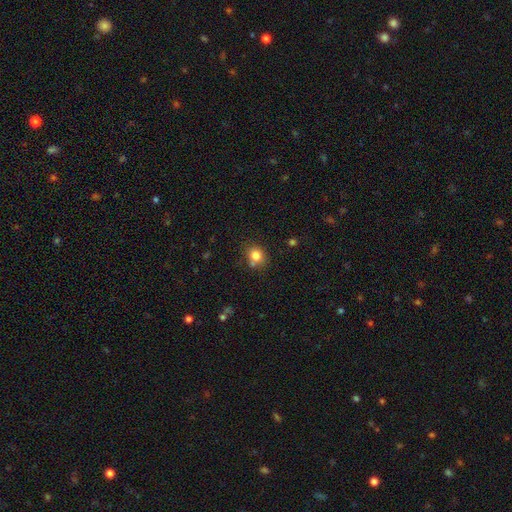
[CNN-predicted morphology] Q: Smooth or featured?
A: smooth (82%); runner-up: star or artifact (11%)
Q: How rounded?
A: round (74%); runner-up: in between (25%)
Q: Merging?
A: none (69%); runner-up: minor disturbance (15%)